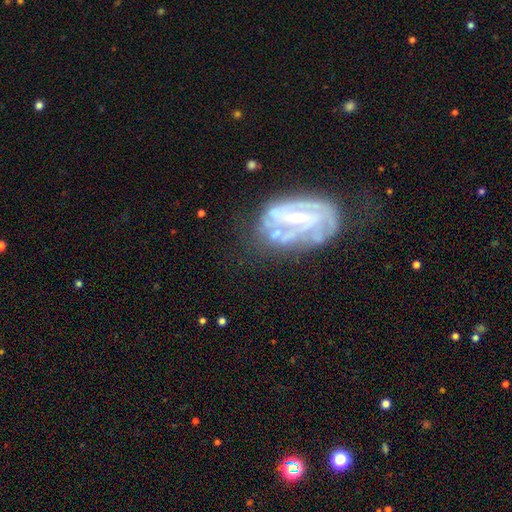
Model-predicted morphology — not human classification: This appears to be a featured or disk galaxy (76%) with a strong bar (39%), 2 (43%) tight (52%) spiral arms (76%) and a small central bulge (68%). Merging: none (55%).